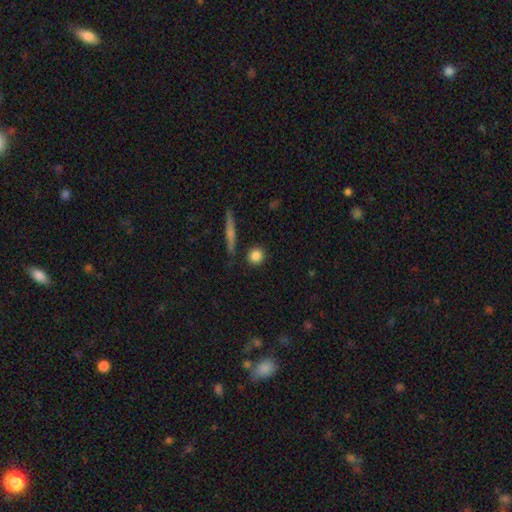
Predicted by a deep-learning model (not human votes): This appears to be a smooth galaxy with no disk features (84%) that is round (88%). Merging: none (86%).